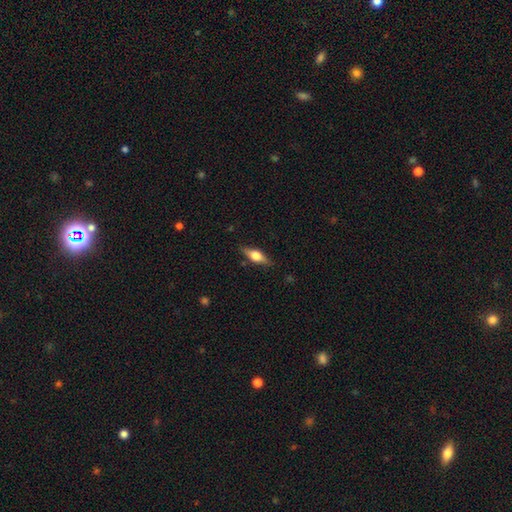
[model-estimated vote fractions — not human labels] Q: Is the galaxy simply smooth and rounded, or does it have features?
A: featured or disk — 50%.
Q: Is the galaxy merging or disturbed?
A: none — 84%.